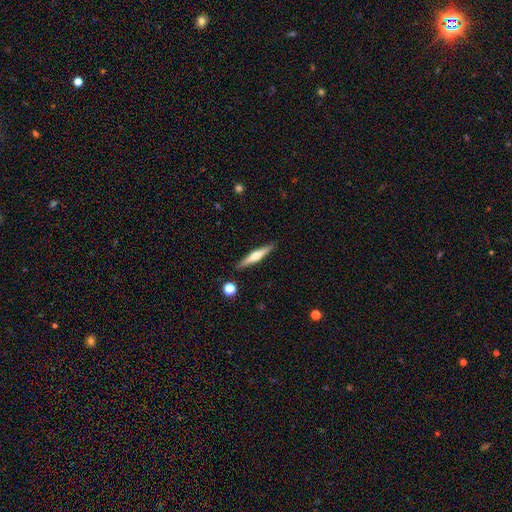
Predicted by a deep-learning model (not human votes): smooth-or-featured: featured or disk: 55% | smooth: 39% | star or artifact: 6%
  disk-edge-on: yes: 96% | no: 4%
    edge-on-bulge: rounded: 88% | none: 8% | boxy: 4%
  merging: none: 90% | minor disturbance: 7% | merger: 2% | major disturbance: 2%